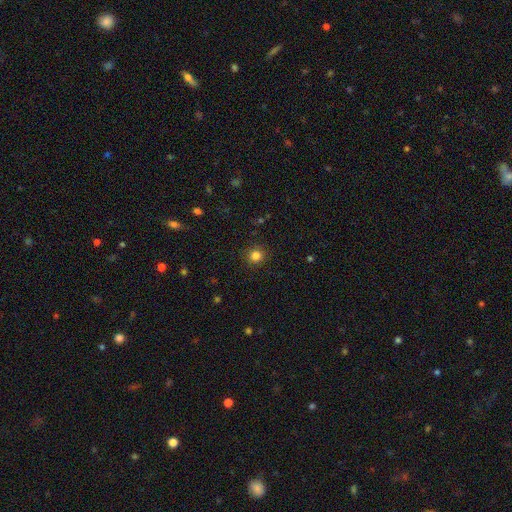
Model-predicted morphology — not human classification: Smooth or featured? Predicted: smooth (p=0.82). How rounded? Predicted: round (p=0.92). Merging? Predicted: none (p=0.91).